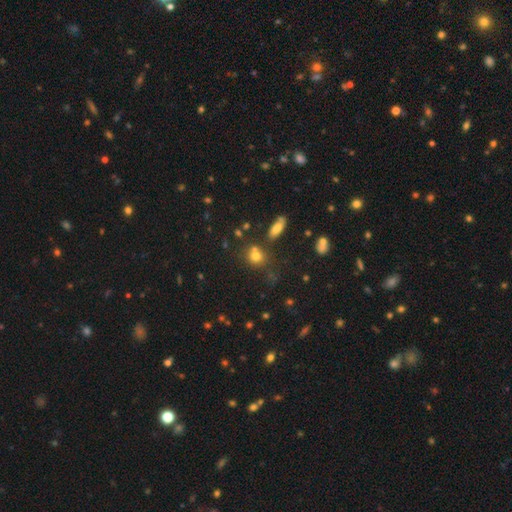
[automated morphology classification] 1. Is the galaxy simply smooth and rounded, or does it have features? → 72% smooth, 17% star or artifact, 10% featured or disk.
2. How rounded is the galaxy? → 78% round, 21% in between, 2% cigar-shaped.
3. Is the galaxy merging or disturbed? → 58% none, 25% merger, 12% minor disturbance, 5% major disturbance.